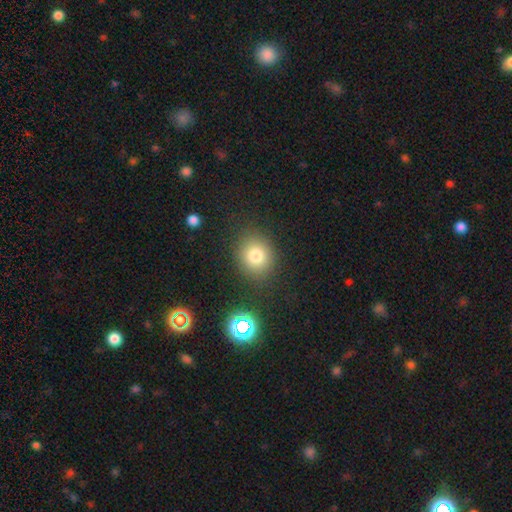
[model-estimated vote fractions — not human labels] A smooth galaxy with no disk features (77%) that is round (75%). Merging: none (84%).